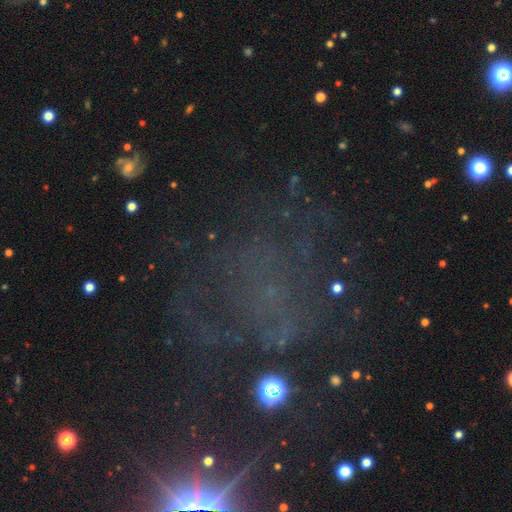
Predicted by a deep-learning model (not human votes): smooth_or_featured: star or artifact (p=0.46) [alt: featured or disk p=0.32]